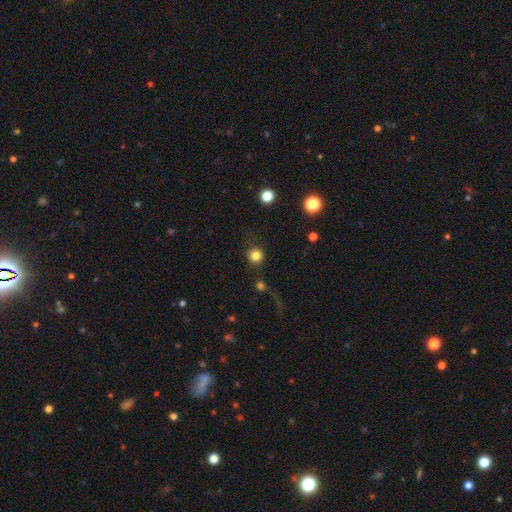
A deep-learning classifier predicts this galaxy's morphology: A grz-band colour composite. It shows a smooth galaxy with no disk features (83%) that is round (93%). Merging: none (78%).